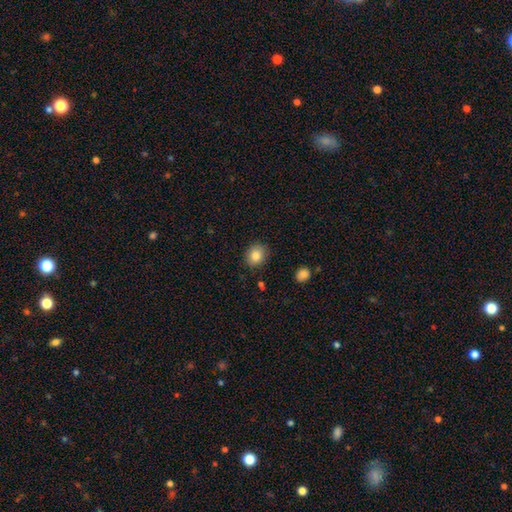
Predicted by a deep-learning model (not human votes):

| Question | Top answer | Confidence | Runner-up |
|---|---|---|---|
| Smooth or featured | smooth | 84% | star or artifact (9%) |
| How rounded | round | 68% | in between (31%) |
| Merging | none | 87% | minor disturbance (10%) |